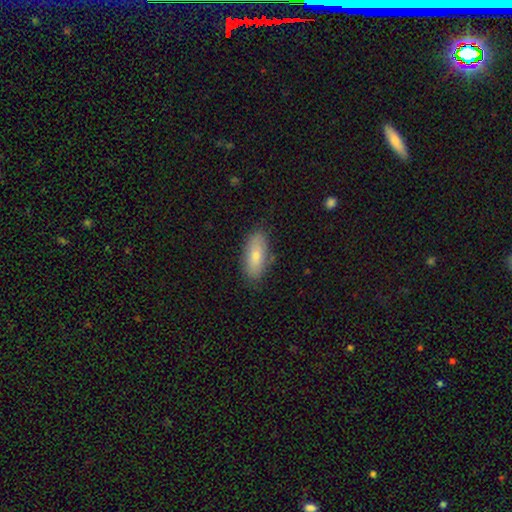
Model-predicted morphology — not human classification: Smooth or featured?
  - smooth: 73% *
  - featured or disk: 20%
  - star or artifact: 7%
How rounded?
  - in between: 81% *
  - cigar-shaped: 16%
  - round: 3%
Merging?
  - none: 82% *
  - minor disturbance: 14%
  - major disturbance: 3%
  - merger: 1%